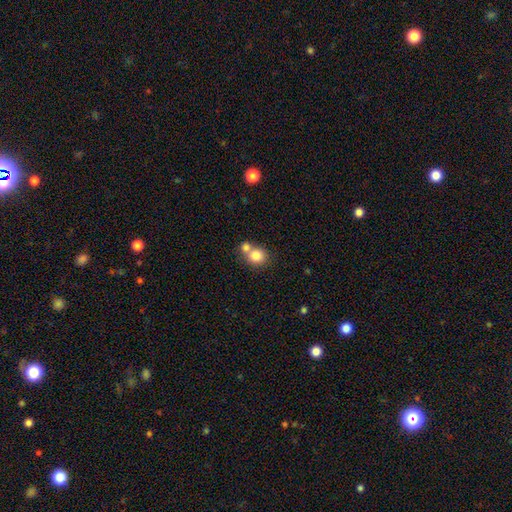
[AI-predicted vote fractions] Smooth or featured? smooth (81%)
How rounded? round (82%)
Merging? merger (47%)